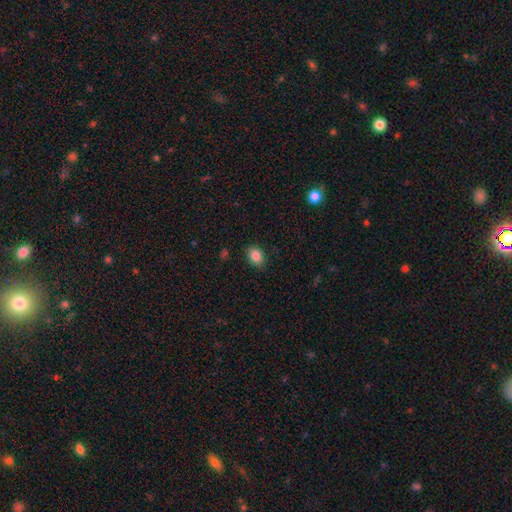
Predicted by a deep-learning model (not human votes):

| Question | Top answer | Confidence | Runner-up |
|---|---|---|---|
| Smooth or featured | smooth | 85% | star or artifact (9%) |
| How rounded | in between | 71% | round (28%) |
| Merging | none | 86% | minor disturbance (11%) |